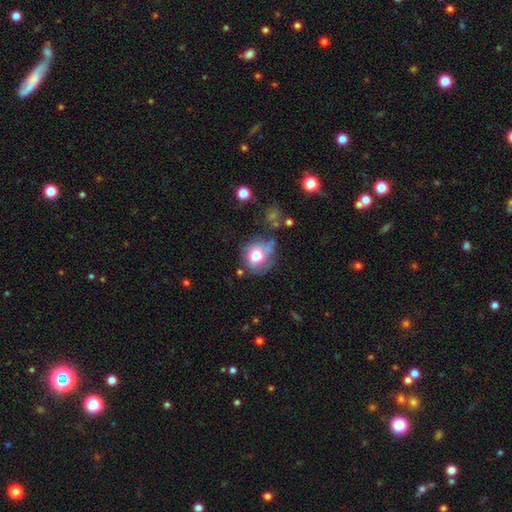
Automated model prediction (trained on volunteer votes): A smooth galaxy with no disk features (68%) that is round (79%).

Vote fractions:
- Smooth or featured? smooth: 68% / featured or disk: 20% / star or artifact: 12%
- How rounded? round: 79% / in between: 20% / cigar-shaped: 1%
- Merging? none: 52% / minor disturbance: 25% / major disturbance: 15% / merger: 9%